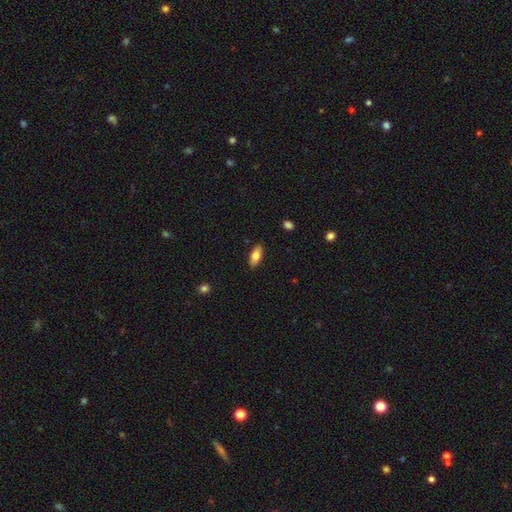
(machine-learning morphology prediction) Smooth or featured? Predicted: smooth (p=0.78). How rounded? Predicted: in between (p=0.85). Merging? Predicted: none (p=0.87).